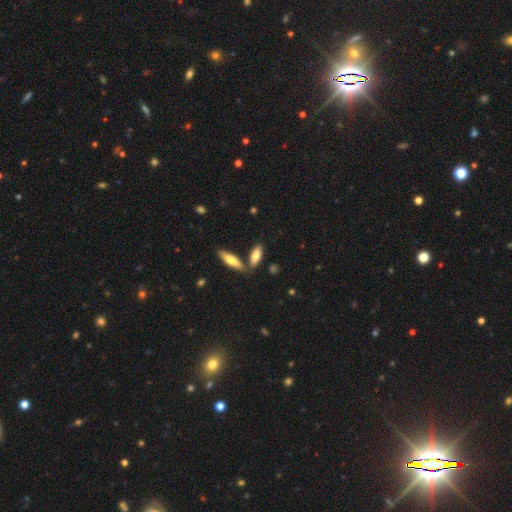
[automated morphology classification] This is likely a smooth galaxy (77%). How rounded: likely in between (62%). Merging: likely none (68%).